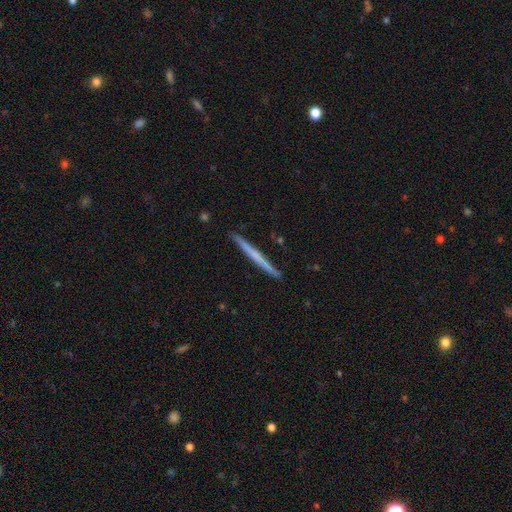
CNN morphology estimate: Smooth or featured? featured or disk (50%)
Edge-on disk? yes (98%)
Merging? none (92%)